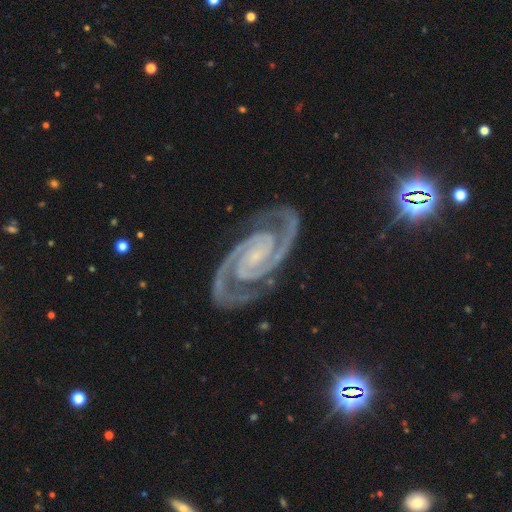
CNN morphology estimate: This appears to be a featured or disk galaxy (94%) with no bar (44%), 2 (94%) tight (64%) spiral arms (99%) and a small central bulge (70%). Merging: none (83%).